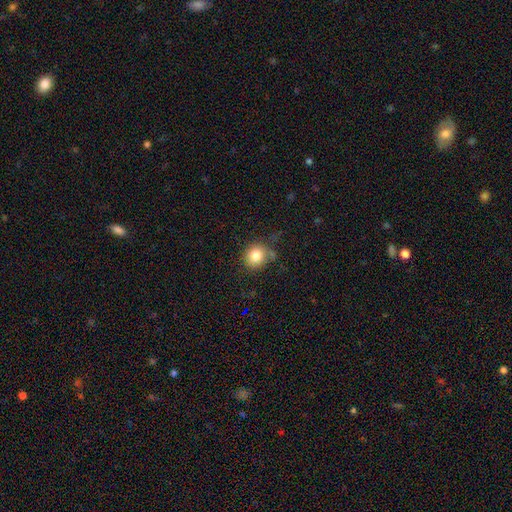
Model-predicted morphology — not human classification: Smooth or featured: smooth — 82% (star or artifact — 11%)
How rounded: round — 81% (in between — 18%)
Merging: none — 70% (minor disturbance — 19%)